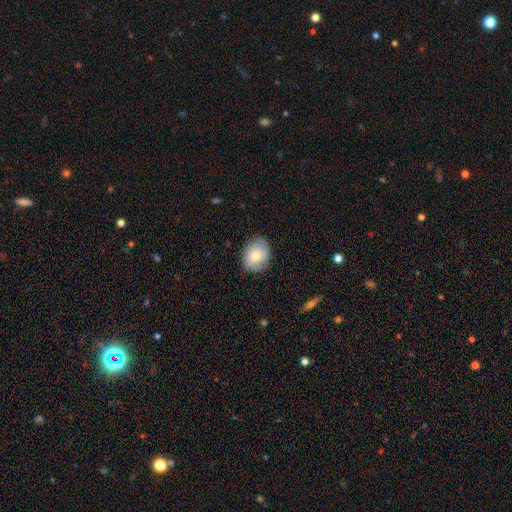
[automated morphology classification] Smooth or featured?
  - smooth: 59% *
  - featured or disk: 34%
  - star or artifact: 7%
How rounded?
  - in between: 56% *
  - round: 43%
  - cigar-shaped: 1%
Merging?
  - none: 80% *
  - minor disturbance: 16%
  - major disturbance: 4%
  - merger: 1%